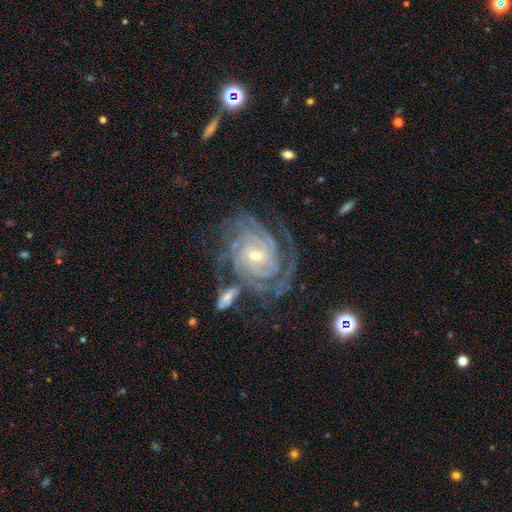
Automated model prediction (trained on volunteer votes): The model was most divided on "spiral arm count": 4: 26%, 3: 22%, can't tell: 21%, 2: 15%, more than 4: 10%, 1: 6%. Remaining: spiral arms — yes (98%); edge-on disk — no (97%); smooth or featured — featured or disk (91%); spiral winding — tight (77%); bulge size — small (64%); merging — none (59%); bar — no (45%).